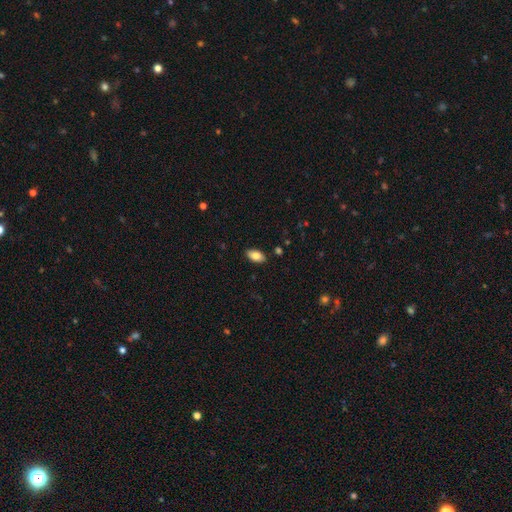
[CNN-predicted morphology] A smooth galaxy with no disk features (81%) that is in between round and cigar-shaped (93%).

Vote fractions:
- Smooth or featured? smooth: 81% / featured or disk: 12% / star or artifact: 7%
- How rounded? in between: 93% / round: 3% / cigar-shaped: 3%
- Merging? none: 88% / minor disturbance: 9% / major disturbance: 2% / merger: 1%